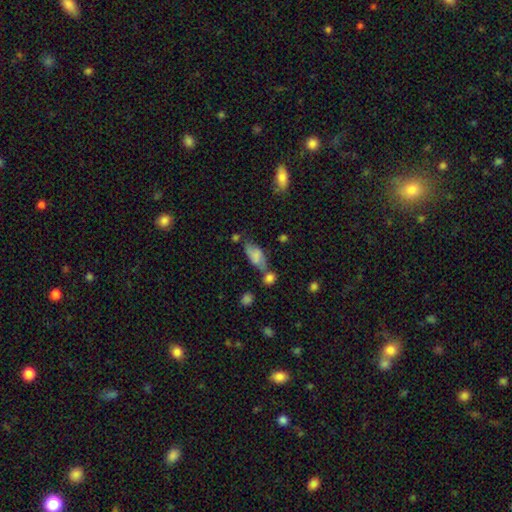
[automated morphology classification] smooth 71%, featured or disk 20%, star or artifact 9%. Down the decision tree: how rounded — in between (86%); merging — none (46%).